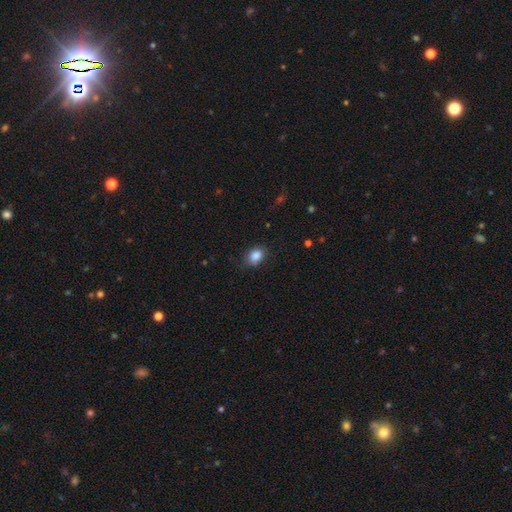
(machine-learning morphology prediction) smooth 86%, star or artifact 9%, featured or disk 4%. Down the decision tree: how rounded — in between (65%); merging — none (74%).